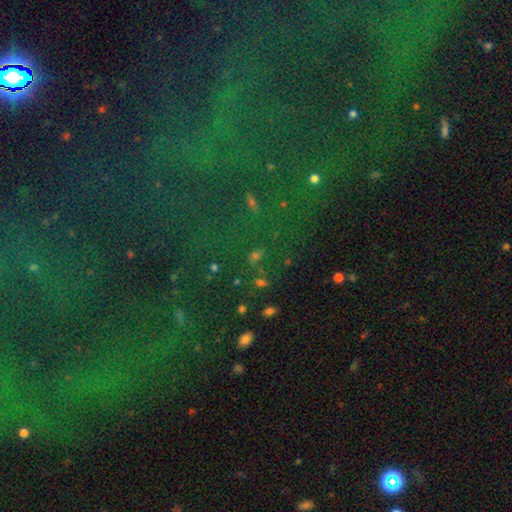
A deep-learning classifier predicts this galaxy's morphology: star or artifact 50%, smooth 38%, featured or disk 12%.